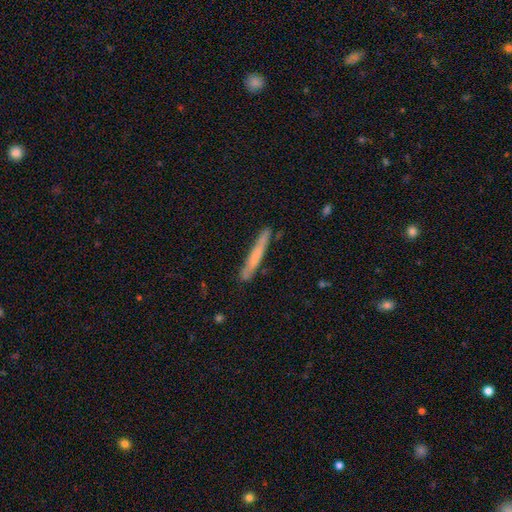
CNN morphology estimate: Smooth or featured? Predicted: smooth (p=0.62). How rounded? Predicted: cigar-shaped (p=0.96). Merging? Predicted: none (p=0.84).